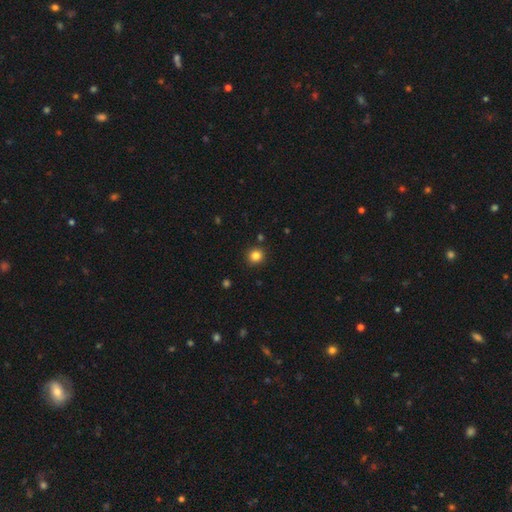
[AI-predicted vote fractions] Q: Smooth or featured?
A: smooth (84%); runner-up: star or artifact (12%)
Q: How rounded?
A: round (92%); runner-up: in between (7%)
Q: Merging?
A: none (90%); runner-up: minor disturbance (6%)